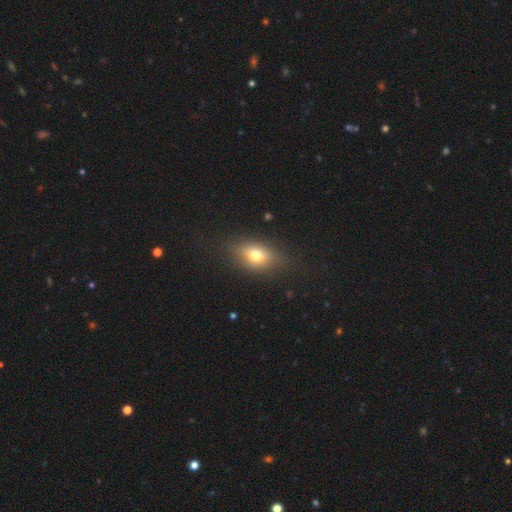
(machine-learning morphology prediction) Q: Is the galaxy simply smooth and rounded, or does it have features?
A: smooth — 68%.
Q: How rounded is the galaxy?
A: in between — 75%.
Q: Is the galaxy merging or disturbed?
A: none — 79%.